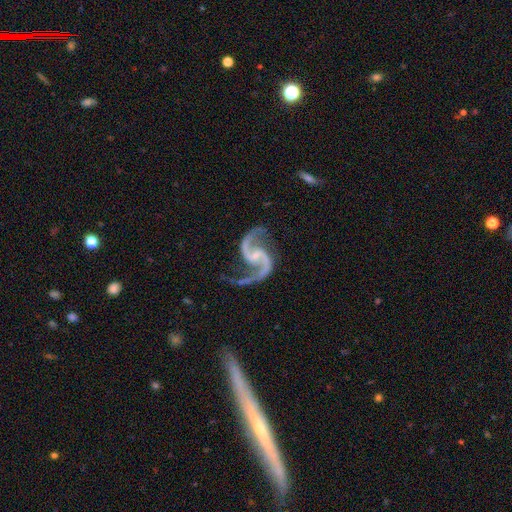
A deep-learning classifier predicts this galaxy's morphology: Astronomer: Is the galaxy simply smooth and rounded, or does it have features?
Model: featured or disk — 95%.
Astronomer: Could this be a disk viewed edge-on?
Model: no — 99%.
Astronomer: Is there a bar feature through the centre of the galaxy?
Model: weak — 43% (runner-up: no, 41%).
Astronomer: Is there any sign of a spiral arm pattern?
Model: yes — 99%.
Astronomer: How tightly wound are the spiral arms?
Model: loose — 50% (runner-up: medium, 43%).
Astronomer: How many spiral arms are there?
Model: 2 — 95%.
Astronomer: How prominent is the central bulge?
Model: small — 65%.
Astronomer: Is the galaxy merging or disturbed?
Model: none — 70%.